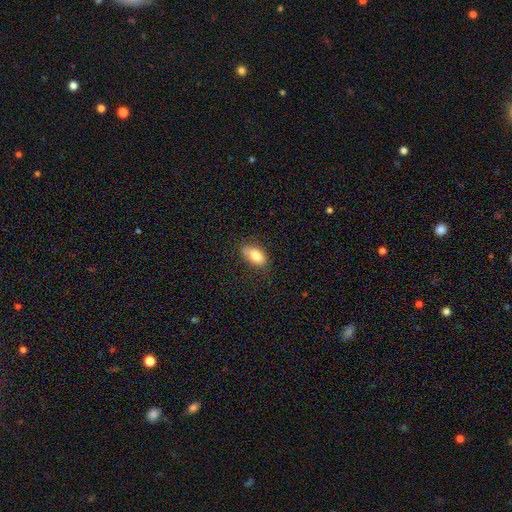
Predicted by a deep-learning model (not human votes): A smooth galaxy with no disk features (83%) that is in between round and cigar-shaped (90%).

Vote fractions:
- Smooth or featured? smooth: 83% / featured or disk: 9% / star or artifact: 8%
- How rounded? in between: 90% / cigar-shaped: 6% / round: 4%
- Merging? none: 73% / minor disturbance: 20% / major disturbance: 5% / merger: 1%